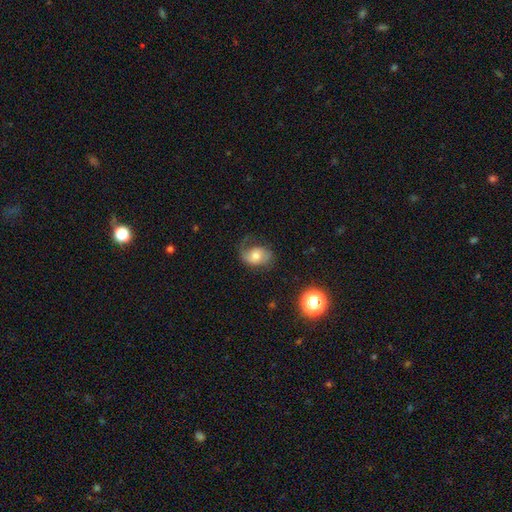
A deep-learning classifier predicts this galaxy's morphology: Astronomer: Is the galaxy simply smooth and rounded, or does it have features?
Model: smooth — 49% (runner-up: featured or disk, 42%).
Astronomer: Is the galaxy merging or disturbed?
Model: none — 48% (runner-up: minor disturbance, 27%).